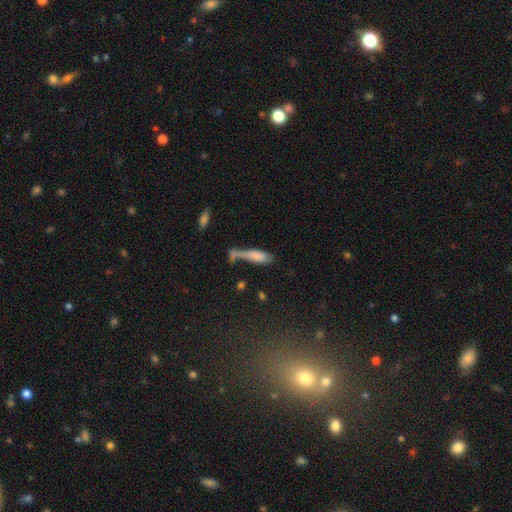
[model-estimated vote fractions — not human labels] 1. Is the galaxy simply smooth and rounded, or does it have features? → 74% smooth, 17% featured or disk, 9% star or artifact.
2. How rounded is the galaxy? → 54% cigar-shaped, 44% in between, 3% round.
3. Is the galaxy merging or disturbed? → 32% merger, 26% none, 23% major disturbance, 20% minor disturbance.